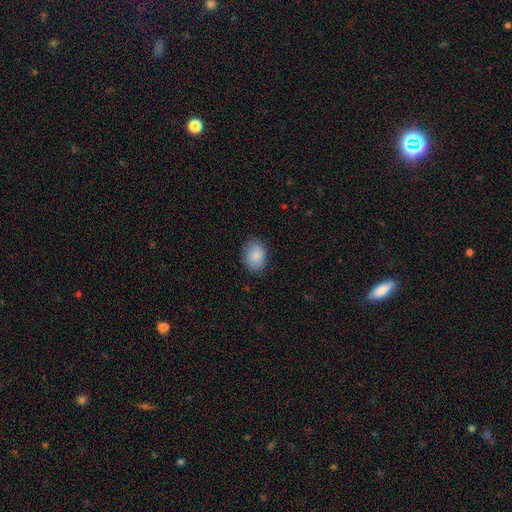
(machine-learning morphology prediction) A smooth galaxy with no disk features (87%) that is in between round and cigar-shaped (69%).

Vote fractions:
- Smooth or featured? smooth: 87% / star or artifact: 7% / featured or disk: 6%
- How rounded? in between: 69% / round: 30% / cigar-shaped: 1%
- Merging? none: 84% / minor disturbance: 12% / major disturbance: 3% / merger: 1%